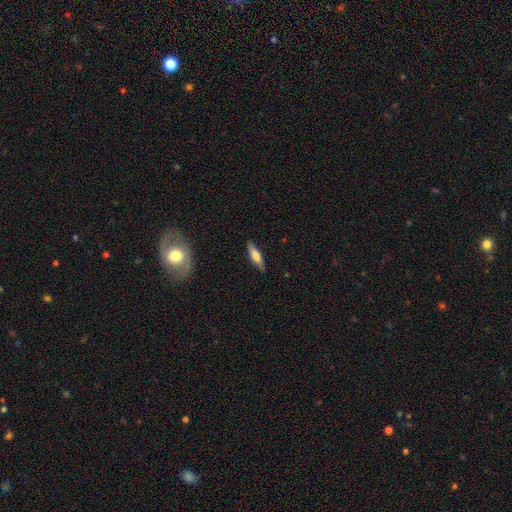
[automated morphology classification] Smooth or featured? smooth (58%)
How rounded? cigar-shaped (73%)
Merging? none (87%)